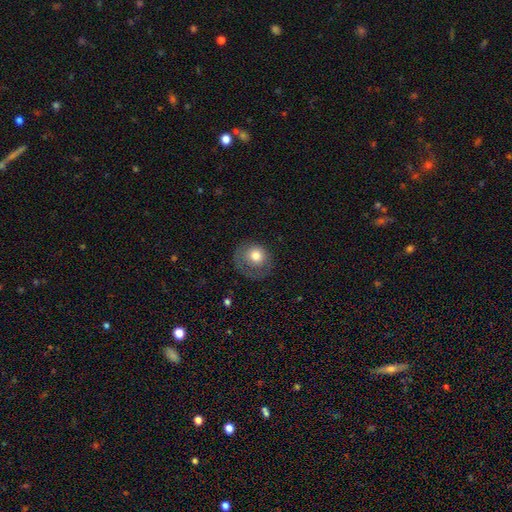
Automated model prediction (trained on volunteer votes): smooth 71%, featured or disk 20%, star or artifact 8%. Down the decision tree: how rounded — round (82%); merging — none (57%).